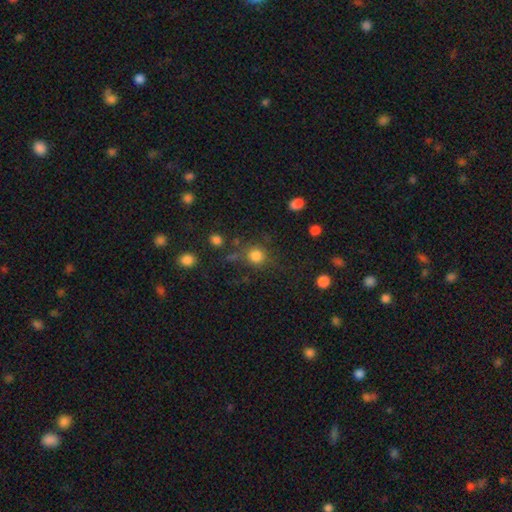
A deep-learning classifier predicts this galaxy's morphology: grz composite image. It shows a smooth galaxy with no disk features (80%) that is round (89%). Merging: none (71%).